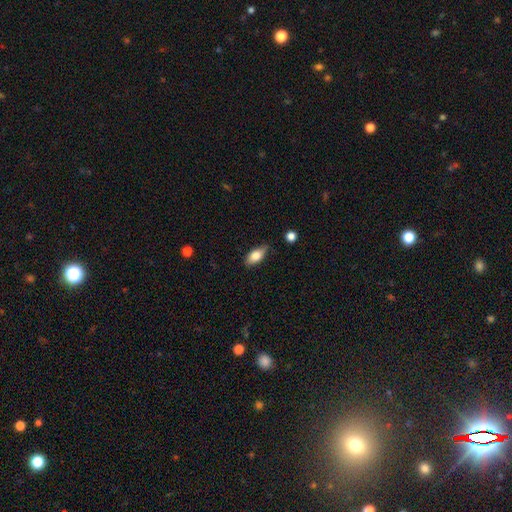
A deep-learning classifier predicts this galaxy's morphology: smooth_or_featured: smooth (p=0.77) [alt: featured or disk p=0.16]
how_rounded: in between (p=0.86) [alt: cigar-shaped p=0.10]
merging: none (p=0.75) [alt: minor disturbance p=0.20]